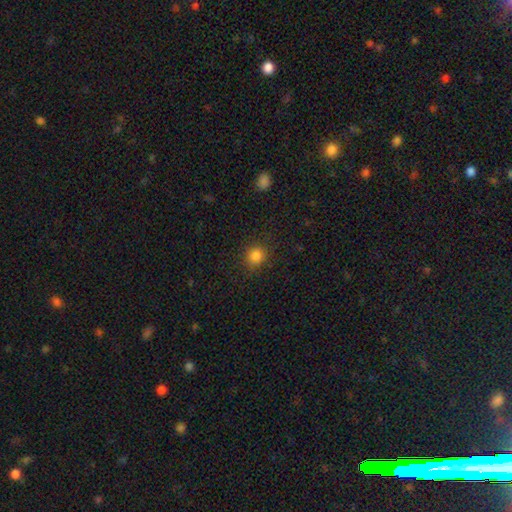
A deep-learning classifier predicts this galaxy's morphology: Overall: smooth (84%). How rounded: round (87%). Merging: none (87%).